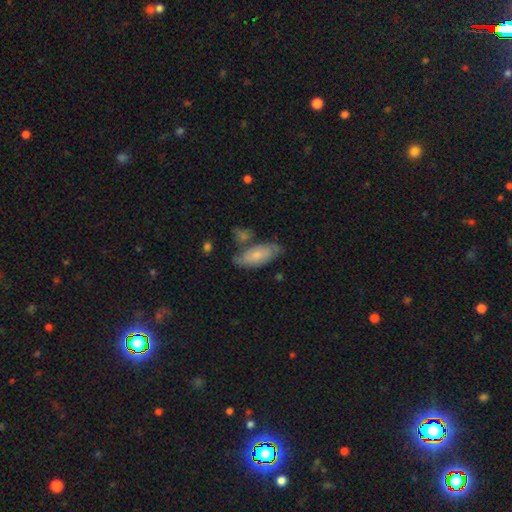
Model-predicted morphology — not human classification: smooth-or-featured: smooth: 56% | featured or disk: 38% | star or artifact: 6%
  how-rounded: in between: 82% | cigar-shaped: 16% | round: 3%
  merging: none: 59% | minor disturbance: 23% | merger: 12% | major disturbance: 6%